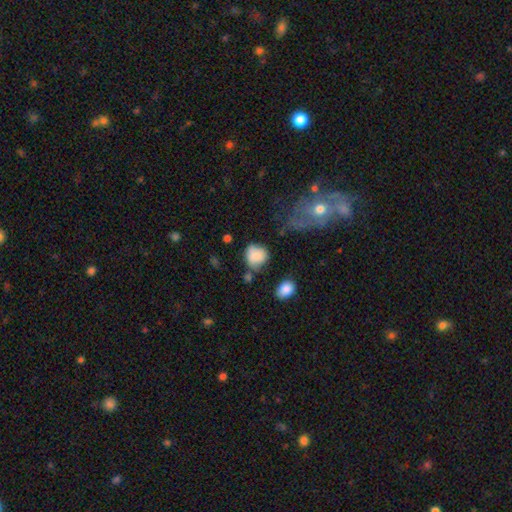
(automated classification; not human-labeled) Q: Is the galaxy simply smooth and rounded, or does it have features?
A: smooth — 80%.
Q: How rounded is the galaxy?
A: round — 69%.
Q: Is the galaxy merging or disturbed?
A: none — 48%.